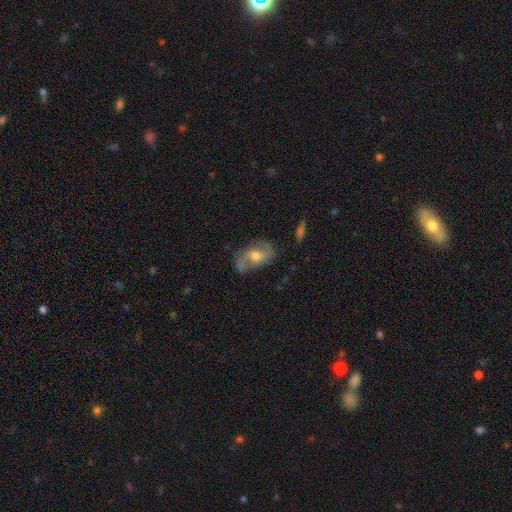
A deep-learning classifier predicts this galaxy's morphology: Smooth or featured: featured or disk — 68% (smooth — 25%)
Edge-on disk: no — 95% (yes — 5%)
Bar: no — 50% (weak — 39%)
Spiral arms: yes — 85% (no — 15%)
Spiral winding: loose — 44% (medium — 43%)
Spiral arm count: 2 — 85% (can't tell — 8%)
Bulge size: moderate — 67% (small — 18%)
Merging: none — 63% (minor disturbance — 22%)